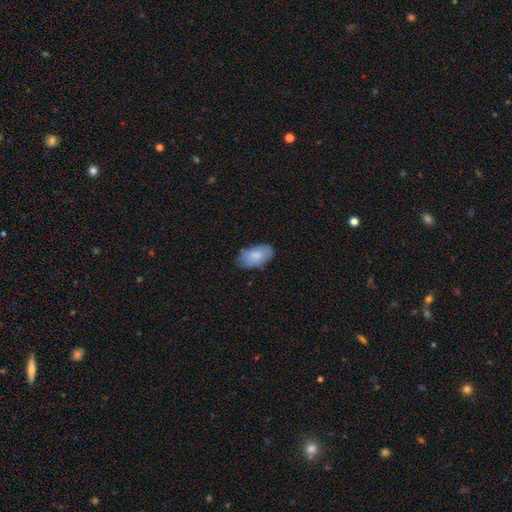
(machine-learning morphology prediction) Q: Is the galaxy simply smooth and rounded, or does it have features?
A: smooth — 81%.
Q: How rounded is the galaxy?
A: in between — 95%.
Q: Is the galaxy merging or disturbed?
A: none — 75%.